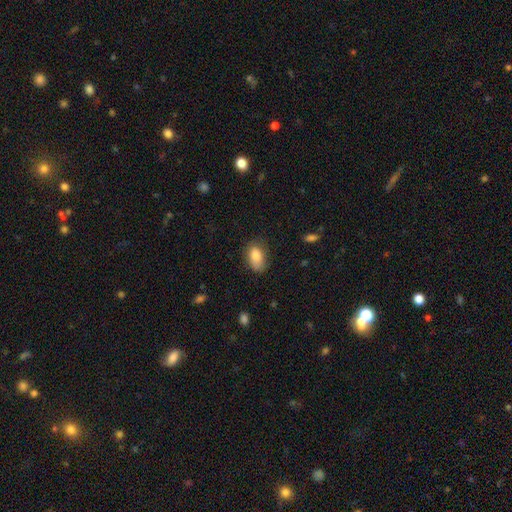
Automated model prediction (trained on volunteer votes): smooth_or_featured: smooth (p=0.84) [alt: featured or disk p=0.08]
how_rounded: in between (p=0.88) [alt: round p=0.10]
merging: none (p=0.63) [alt: minor disturbance p=0.27]